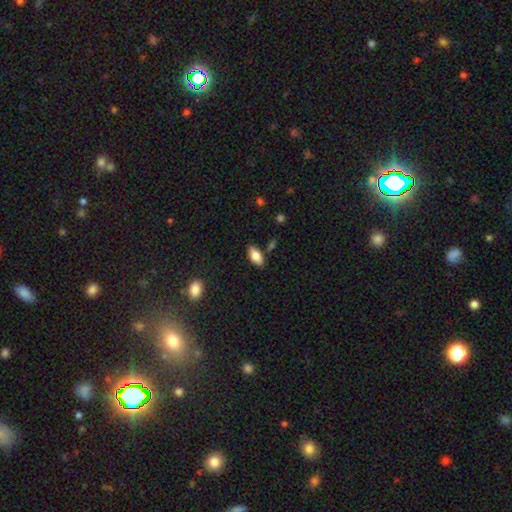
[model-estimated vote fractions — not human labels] Morphology: type=smooth (79%); roundness=in between (88%); merging=none (83%).